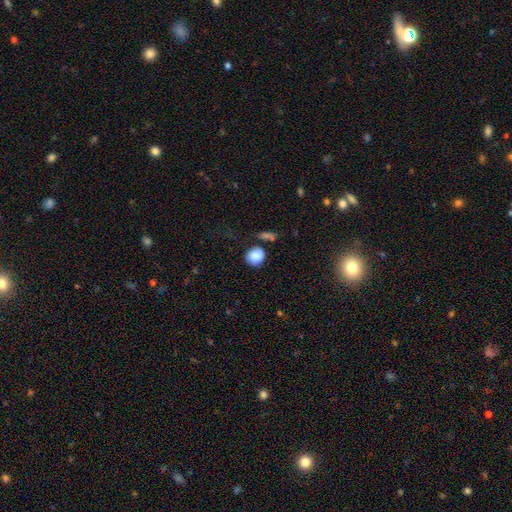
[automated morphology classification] smooth_or_featured: smooth (p=0.86) [alt: star or artifact p=0.08]
how_rounded: round (p=0.85) [alt: in between p=0.14]
merging: none (p=0.68) [alt: minor disturbance p=0.16]